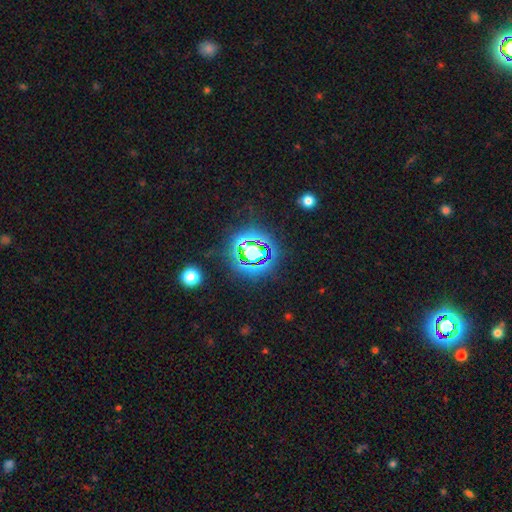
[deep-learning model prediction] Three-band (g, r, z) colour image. It shows a star or artifact, not a galaxy (70%).